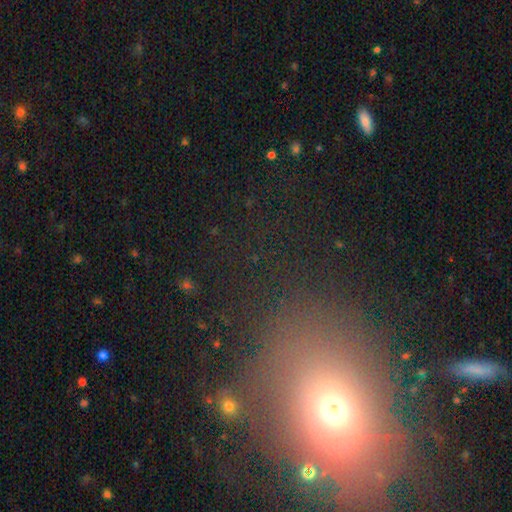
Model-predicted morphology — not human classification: A smooth galaxy with no disk features (47%). Merging: none (71%).